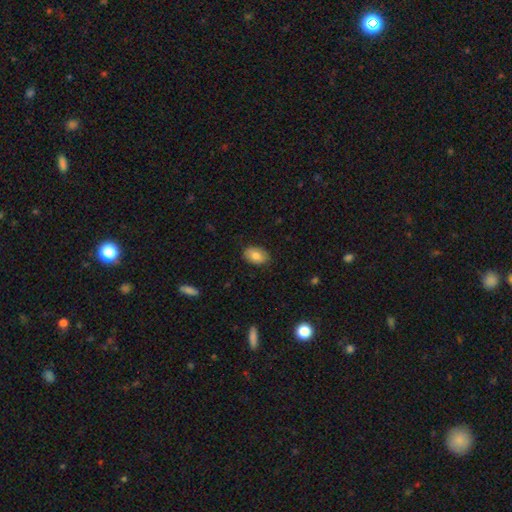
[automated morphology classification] Smooth or featured? Predicted: smooth (p=0.79). How rounded? Predicted: in between (p=0.87). Merging? Predicted: none (p=0.85).